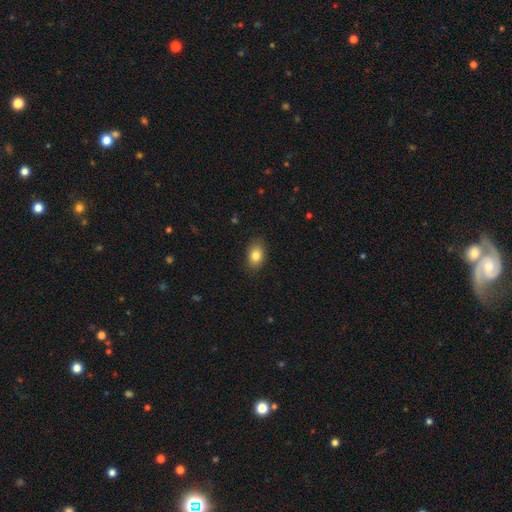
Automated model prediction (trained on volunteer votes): The model was most divided on "how rounded": in between: 82%, round: 17%, cigar-shaped: 1%. More confident: merging — none (86%); smooth or featured — smooth (83%).